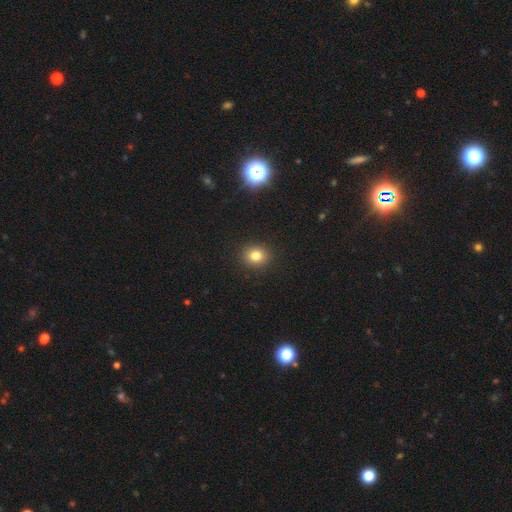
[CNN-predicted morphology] A smooth galaxy with no disk features (79%) that is round (78%).

Vote fractions:
- Smooth or featured? smooth: 79% / star or artifact: 14% / featured or disk: 7%
- How rounded? round: 78% / in between: 21% / cigar-shaped: 1%
- Merging? none: 91% / minor disturbance: 6% / major disturbance: 2% / merger: 1%